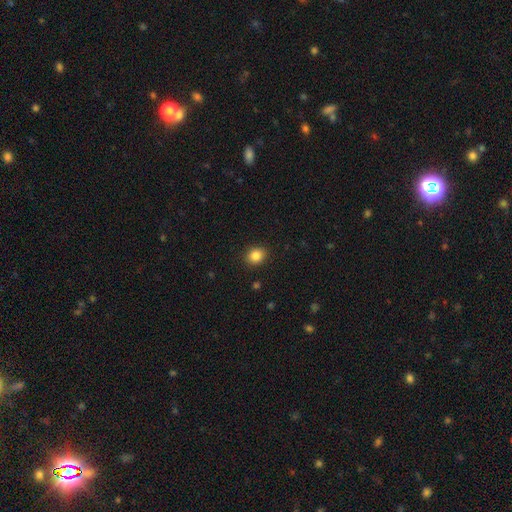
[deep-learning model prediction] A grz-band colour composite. It shows a smooth galaxy with no disk features (85%) that is round (60%). Merging: none (90%).